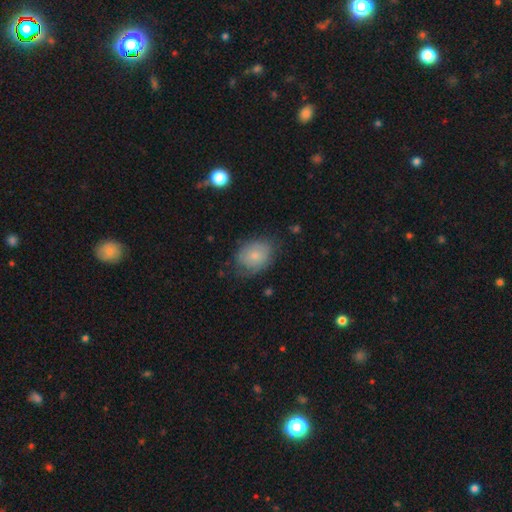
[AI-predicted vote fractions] This appears to be a smooth galaxy with no disk features (67%) that is in between round and cigar-shaped (61%). Merging: none (60%).